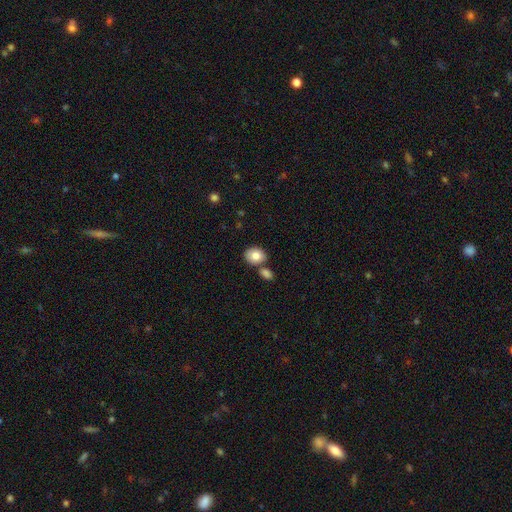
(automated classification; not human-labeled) This is clearly a smooth galaxy (80%). How rounded: possibly in between (51%). Merging: likely none (61%).